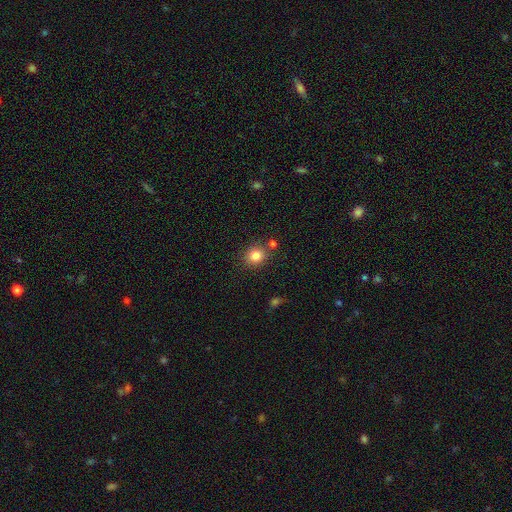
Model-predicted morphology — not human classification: Overall: smooth (82%). How rounded: round (79%). Merging: none (77%).